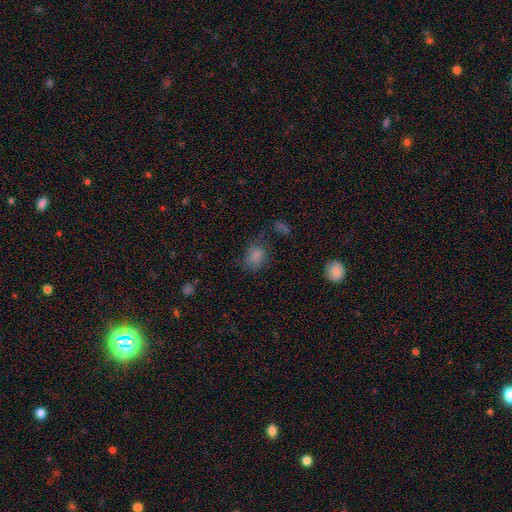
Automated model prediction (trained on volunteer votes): smooth-or-featured: smooth: 78% | star or artifact: 13% | featured or disk: 8%
  how-rounded: round: 52% | in between: 47% | cigar-shaped: 1%
  merging: none: 52% | minor disturbance: 25% | major disturbance: 17% | merger: 7%